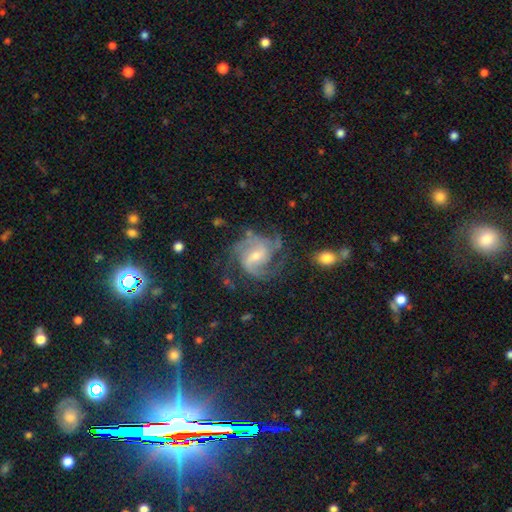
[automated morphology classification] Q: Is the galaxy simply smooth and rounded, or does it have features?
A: featured or disk — 86%.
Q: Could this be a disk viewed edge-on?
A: no — 98%.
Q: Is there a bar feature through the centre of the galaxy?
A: weak — 52%.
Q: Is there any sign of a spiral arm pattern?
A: yes — 96%.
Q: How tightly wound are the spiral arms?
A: medium — 51%.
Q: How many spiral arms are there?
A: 2 — 33%, tied with 3.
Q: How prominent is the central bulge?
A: small — 49%.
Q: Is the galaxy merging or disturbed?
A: none — 61%.